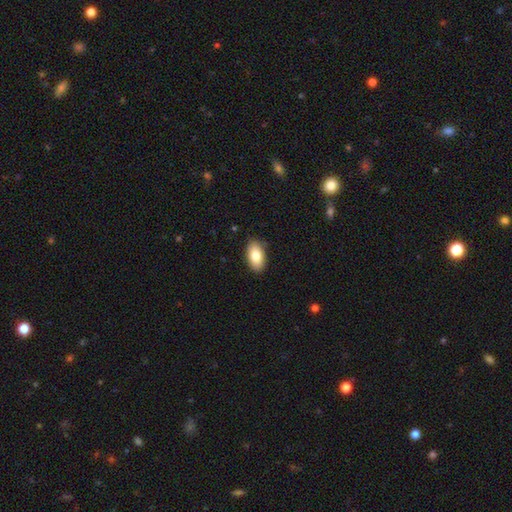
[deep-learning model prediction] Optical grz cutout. It shows a smooth galaxy with no disk features (81%) that is in between round and cigar-shaped (94%). Merging: none (88%).